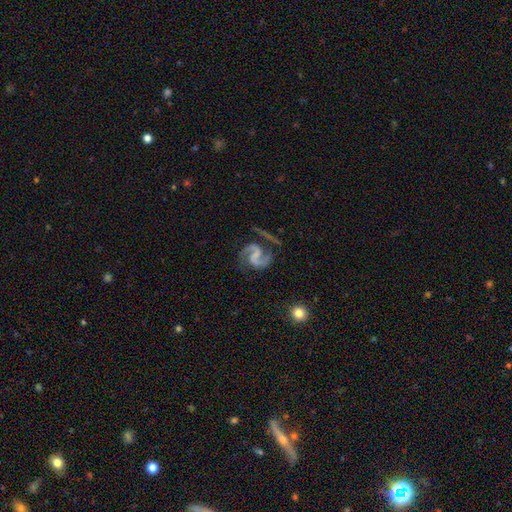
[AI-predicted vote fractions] Smooth or featured? Predicted: featured or disk (p=0.91). Edge-on disk? Predicted: no (p=0.98). Bar? Predicted: weak (p=0.43). Spiral arms? Predicted: yes (p=0.98). Spiral winding? Predicted: medium (p=0.58). Spiral arm count? Predicted: 2 (p=0.93). Bulge size? Predicted: none (p=0.61). Merging? Predicted: none (p=0.71).